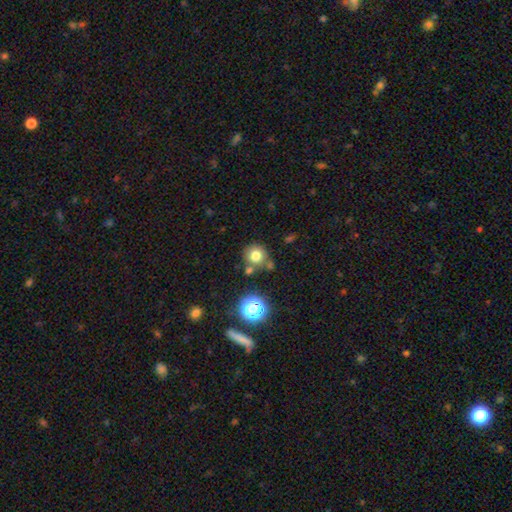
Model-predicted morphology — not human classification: smooth_or_featured: smooth (p=0.76) [alt: star or artifact p=0.15]
how_rounded: round (p=0.91) [alt: in between p=0.08]
merging: none (p=0.72) [alt: merger p=0.13]